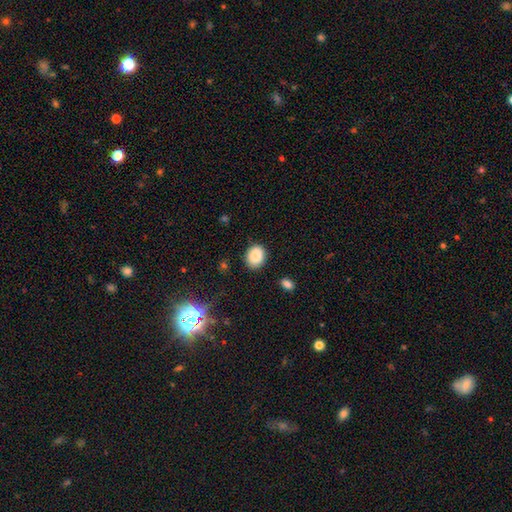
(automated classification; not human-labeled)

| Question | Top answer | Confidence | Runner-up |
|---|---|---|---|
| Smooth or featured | smooth | 85% | star or artifact (9%) |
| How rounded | round | 50% | in between (49%) |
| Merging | none | 83% | minor disturbance (12%) |